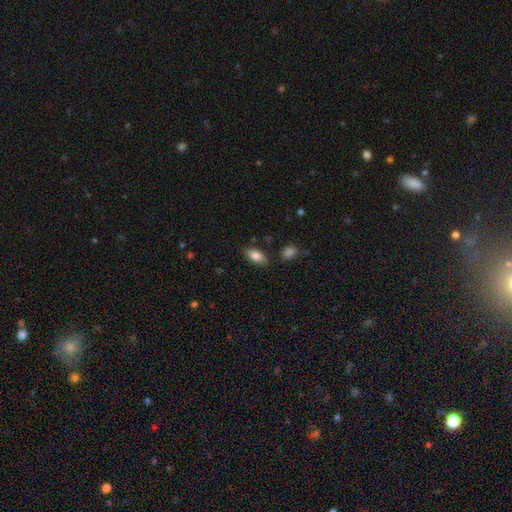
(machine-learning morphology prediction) Smooth or featured: smooth — 84% (featured or disk — 9%)
How rounded: in between — 91% (cigar-shaped — 6%)
Merging: none — 83% (minor disturbance — 11%)